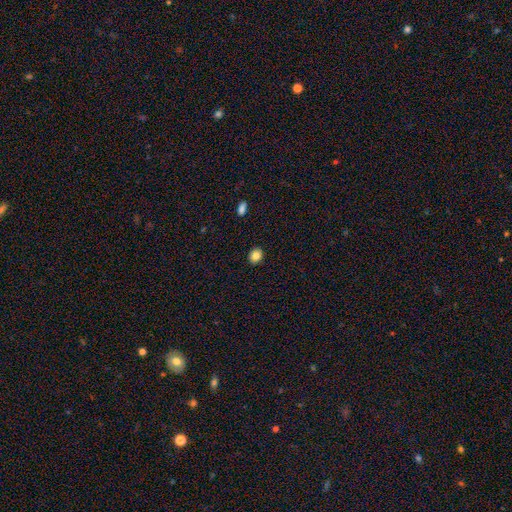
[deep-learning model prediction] Overall: smooth (85%). How rounded: round (67%; in between 32%). Merging: none (91%).